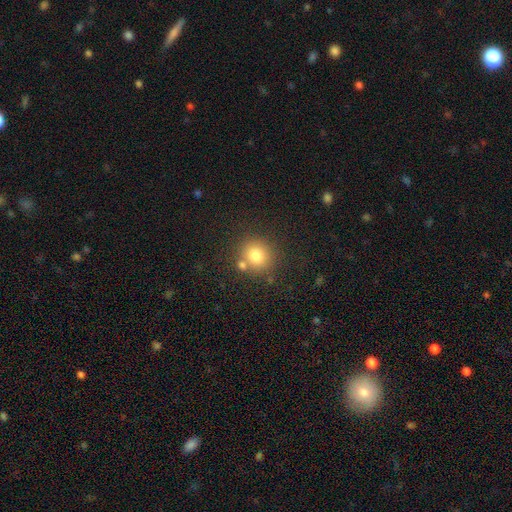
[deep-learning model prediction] Smooth or featured? Predicted: smooth (p=0.78). How rounded? Predicted: round (p=0.85). Merging? Predicted: none (p=0.71).